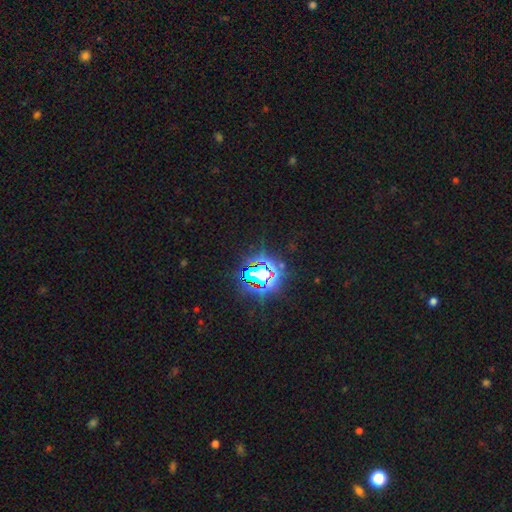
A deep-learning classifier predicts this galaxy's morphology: smooth_or_featured: star or artifact (p=0.83) [alt: smooth p=0.11]